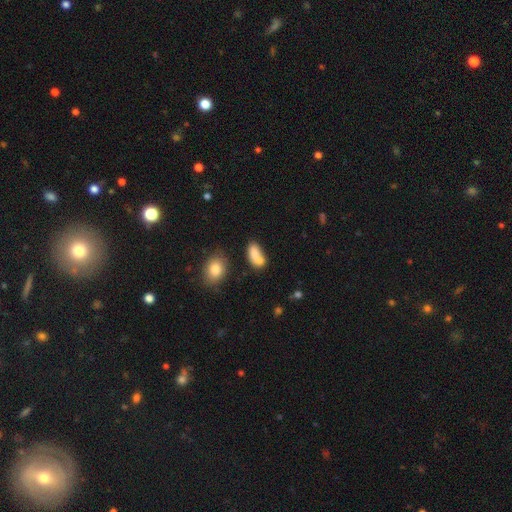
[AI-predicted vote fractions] A smooth galaxy with no disk features (77%) that is in between round and cigar-shaped (84%). Merging: merger (42%).